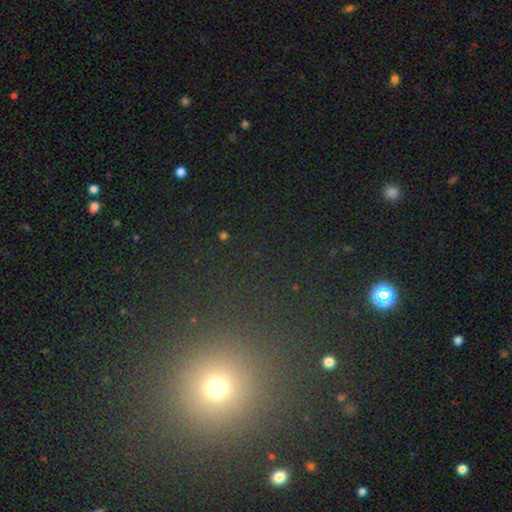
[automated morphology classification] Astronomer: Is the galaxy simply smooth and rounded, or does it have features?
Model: star or artifact — 52% (runner-up: smooth, 40%).